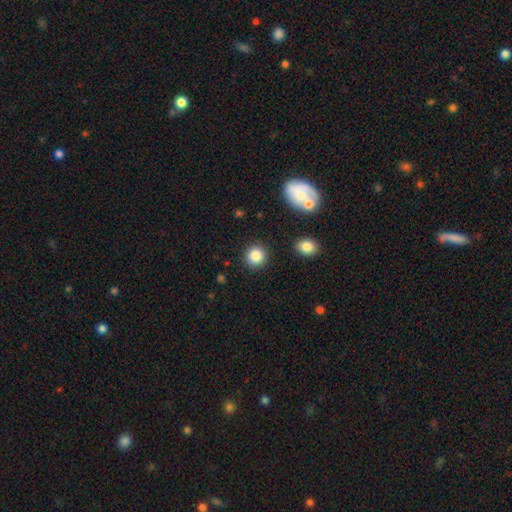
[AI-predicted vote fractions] Q: Smooth or featured?
A: smooth (85%); runner-up: star or artifact (10%)
Q: How rounded?
A: round (93%); runner-up: in between (6%)
Q: Merging?
A: none (90%); runner-up: minor disturbance (6%)